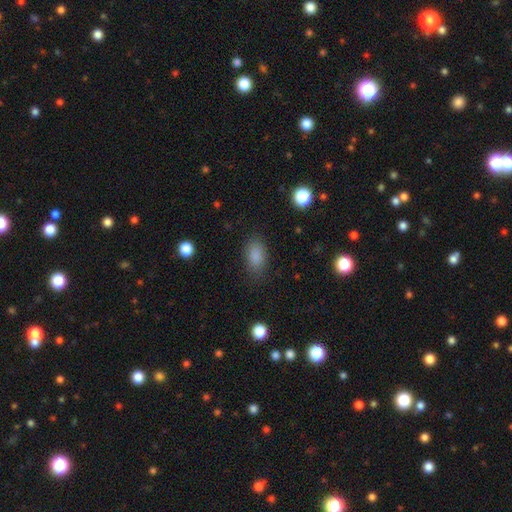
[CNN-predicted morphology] Smooth or featured: smooth — 85% (star or artifact — 10%)
How rounded: in between — 88% (round — 9%)
Merging: none — 81% (minor disturbance — 13%)